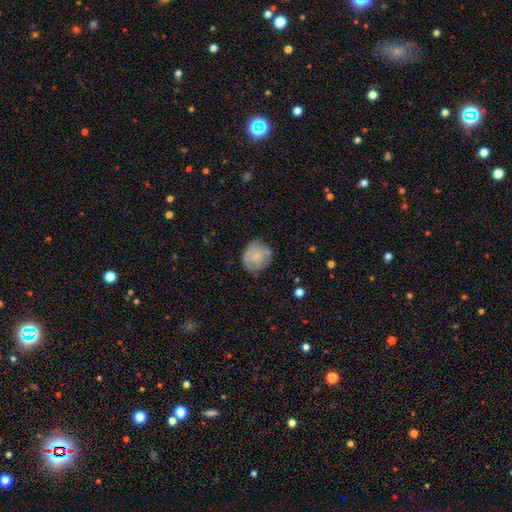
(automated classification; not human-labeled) This appears to be a smooth galaxy with no disk features (55%) that is round (83%). Merging: none (66%).